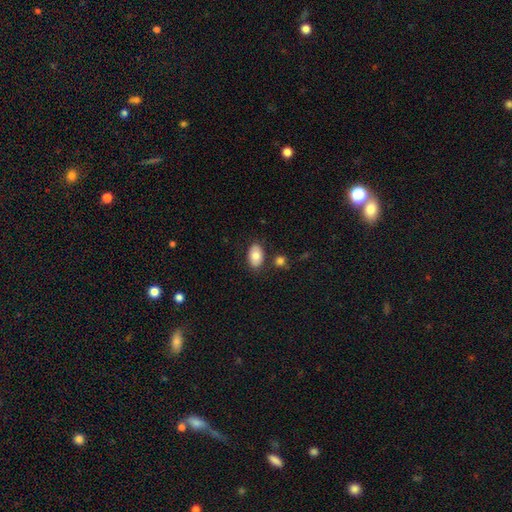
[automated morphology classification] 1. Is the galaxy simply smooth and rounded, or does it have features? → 82% smooth, 11% featured or disk, 7% star or artifact.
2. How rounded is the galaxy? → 92% in between, 6% round, 1% cigar-shaped.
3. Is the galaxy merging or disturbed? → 82% none, 11% minor disturbance, 5% merger, 3% major disturbance.